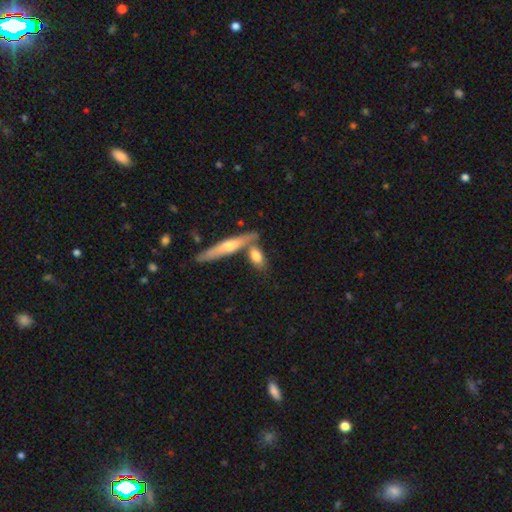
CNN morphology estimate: A smooth galaxy with no disk features (67%) that is in between round and cigar-shaped (60%).

Vote fractions:
- Smooth or featured? smooth: 67% / featured or disk: 27% / star or artifact: 6%
- How rounded? in between: 60% / cigar-shaped: 34% / round: 5%
- Merging? none: 54% / merger: 29% / minor disturbance: 13% / major disturbance: 4%